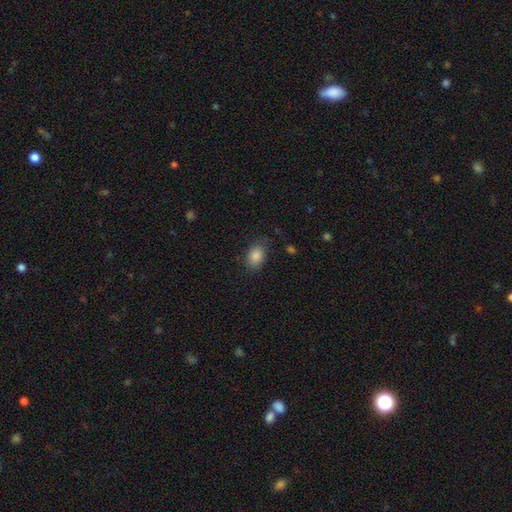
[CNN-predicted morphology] A smooth galaxy with no disk features (85%) that is in between round and cigar-shaped (75%).

Vote fractions:
- Smooth or featured? smooth: 85% / star or artifact: 9% / featured or disk: 6%
- How rounded? in between: 75% / round: 24% / cigar-shaped: 1%
- Merging? none: 78% / minor disturbance: 16% / major disturbance: 5% / merger: 1%